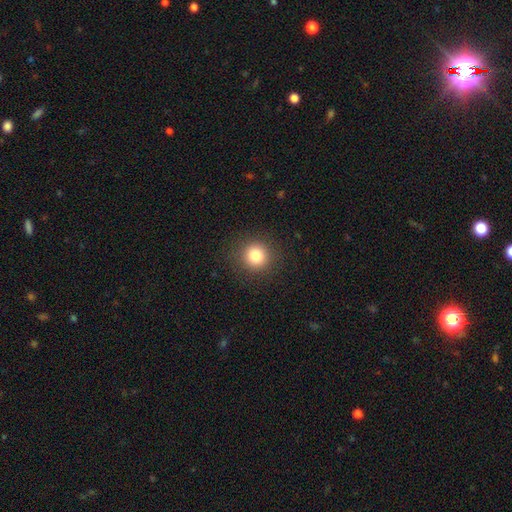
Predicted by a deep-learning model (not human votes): Smooth or featured? smooth (82%)
How rounded? round (93%)
Merging? none (90%)